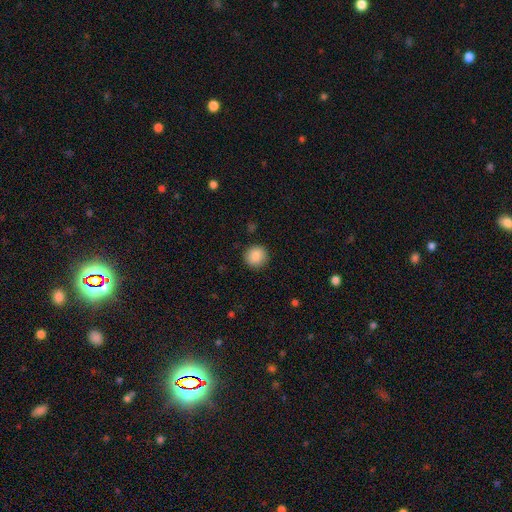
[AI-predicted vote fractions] Smooth or featured?
  - smooth: 88% *
  - star or artifact: 9%
  - featured or disk: 4%
How rounded?
  - round: 92% *
  - in between: 7%
  - cigar-shaped: 1%
Merging?
  - none: 89% *
  - minor disturbance: 7%
  - major disturbance: 2%
  - merger: 1%